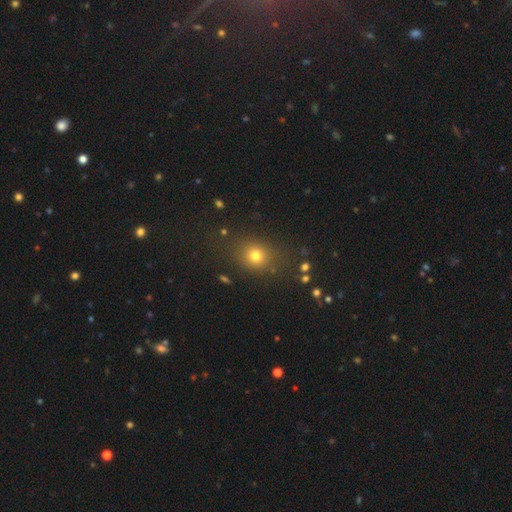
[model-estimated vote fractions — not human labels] This is likely a smooth galaxy (75%). How rounded: likely round (71%). Merging: clearly none (81%).